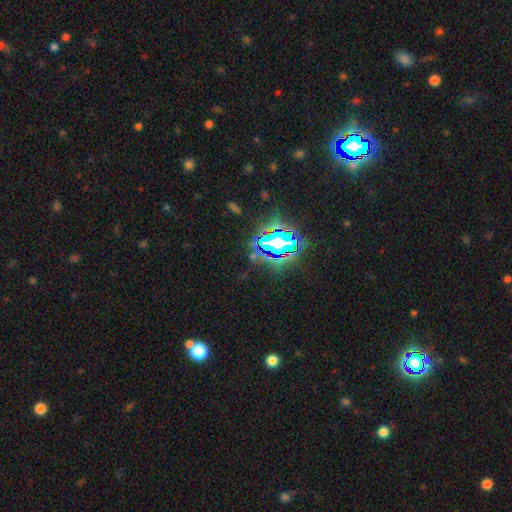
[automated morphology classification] A star or artifact, not a galaxy (73%).

Vote fractions:
- Smooth or featured? star or artifact: 73% / smooth: 17% / featured or disk: 10%